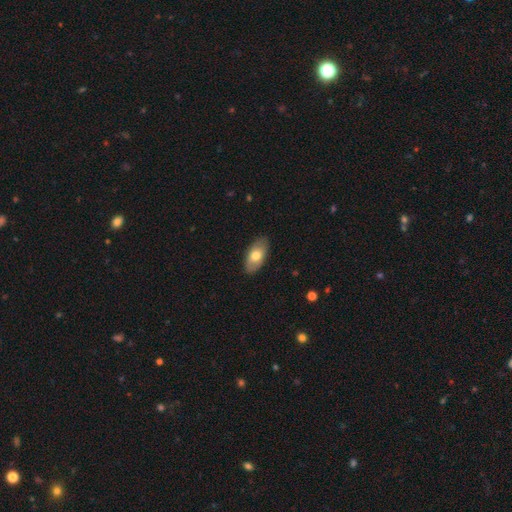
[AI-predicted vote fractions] A smooth galaxy with no disk features (69%) that is in between round and cigar-shaped (93%). Merging: none (86%).